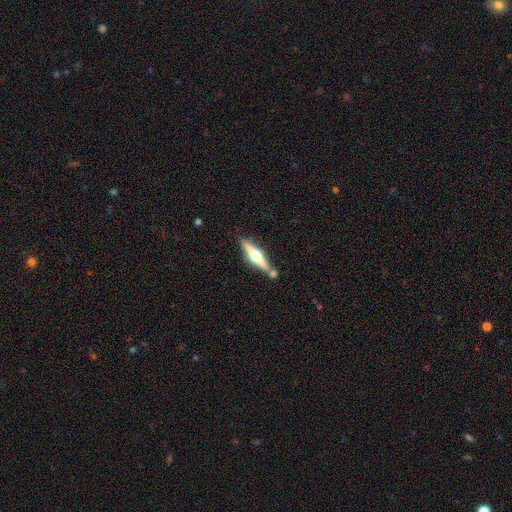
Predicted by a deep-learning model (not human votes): Q: Smooth or featured?
A: featured or disk (70%); runner-up: smooth (25%)
Q: Edge-on disk?
A: yes (96%); runner-up: no (4%)
Q: Edge-on bulge?
A: rounded (95%); runner-up: boxy (4%)
Q: Merging?
A: none (71%); runner-up: merger (15%)